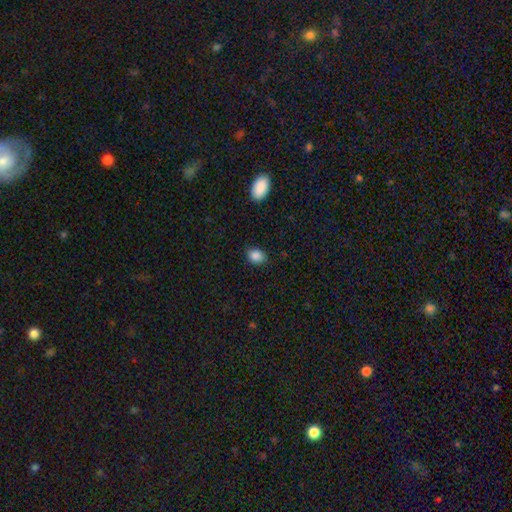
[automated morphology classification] Smooth or featured?
  - smooth: 87% *
  - star or artifact: 9%
  - featured or disk: 4%
How rounded?
  - in between: 66% *
  - round: 33%
  - cigar-shaped: 1%
Merging?
  - none: 85% *
  - minor disturbance: 11%
  - major disturbance: 3%
  - merger: 1%